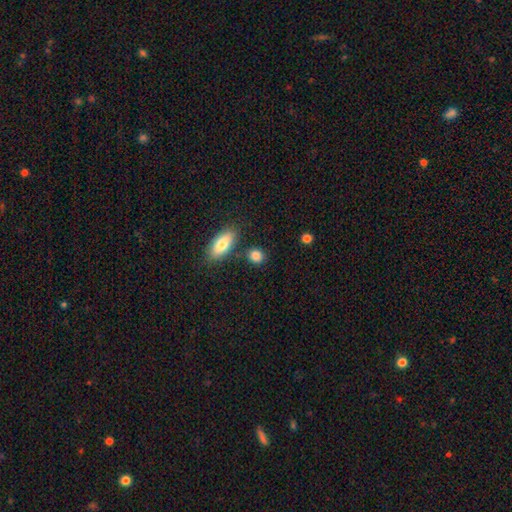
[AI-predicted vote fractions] Smooth or featured?
  - smooth: 85% *
  - star or artifact: 8%
  - featured or disk: 6%
How rounded?
  - round: 58% *
  - in between: 38%
  - cigar-shaped: 4%
Merging?
  - none: 79% *
  - minor disturbance: 10%
  - merger: 8%
  - major disturbance: 3%